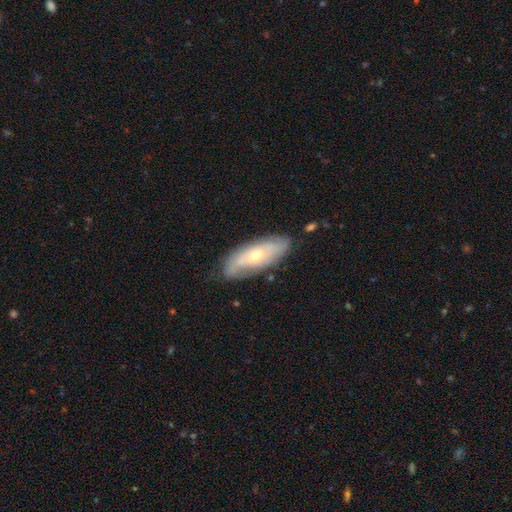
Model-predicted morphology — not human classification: Q: Smooth or featured?
A: featured or disk (67%); runner-up: smooth (27%)
Q: Edge-on disk?
A: no (84%); runner-up: yes (16%)
Q: Bar?
A: no (73%); runner-up: weak (22%)
Q: Spiral arms?
A: yes (77%); runner-up: no (23%)
Q: Bulge size?
A: small (54%); runner-up: moderate (42%)
Q: Merging?
A: none (74%); runner-up: minor disturbance (19%)